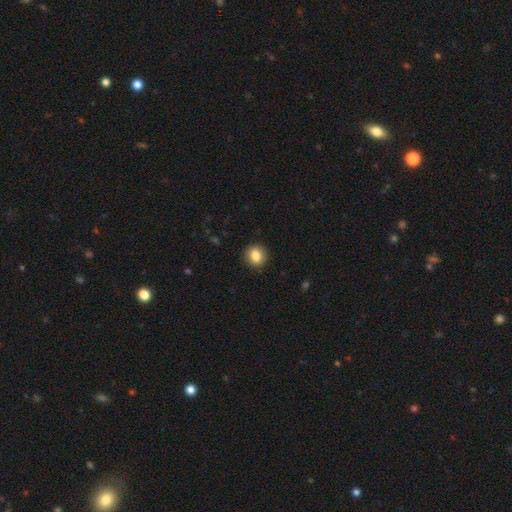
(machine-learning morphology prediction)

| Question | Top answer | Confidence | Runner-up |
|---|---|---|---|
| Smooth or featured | smooth | 84% | star or artifact (9%) |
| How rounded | round | 80% | in between (19%) |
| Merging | none | 90% | minor disturbance (7%) |